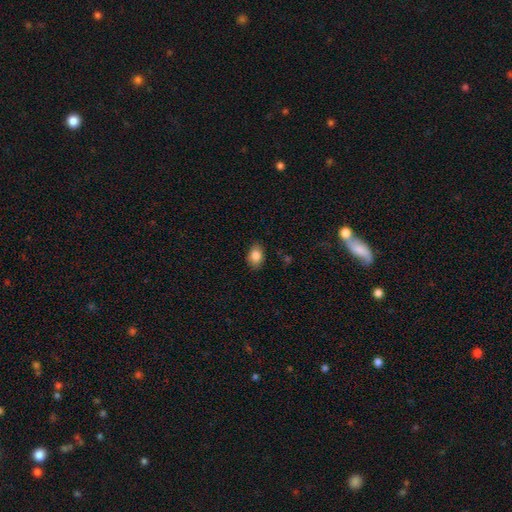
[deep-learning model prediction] smooth 85%, star or artifact 8%, featured or disk 7%. Down the decision tree: how rounded — in between (80%); merging — none (86%).